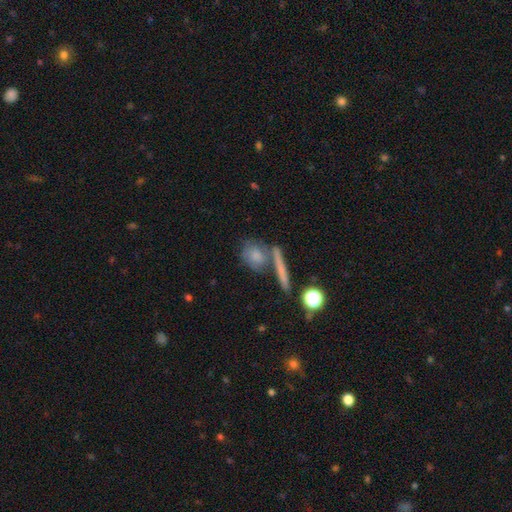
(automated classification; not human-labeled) A smooth galaxy with no disk features (71%) that is round (50%).

Vote fractions:
- Smooth or featured? smooth: 71% / featured or disk: 20% / star or artifact: 9%
- How rounded? round: 50% / in between: 31% / cigar-shaped: 19%
- Merging? none: 54% / merger: 26% / minor disturbance: 13% / major disturbance: 6%